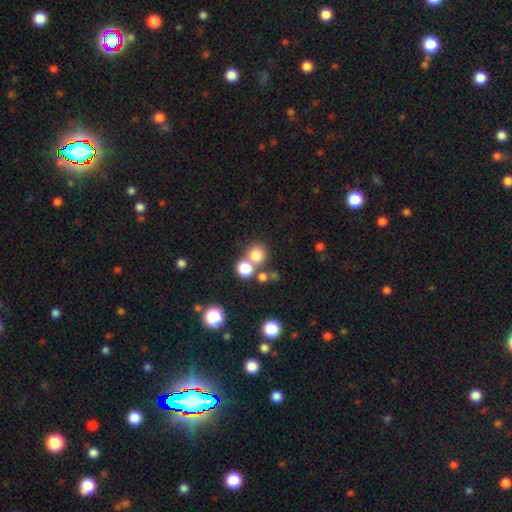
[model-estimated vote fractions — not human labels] Smooth or featured?
  - smooth: 76% *
  - star or artifact: 16%
  - featured or disk: 9%
How rounded?
  - round: 89% *
  - in between: 10%
  - cigar-shaped: 1%
Merging?
  - none: 58% *
  - merger: 31%
  - minor disturbance: 7%
  - major disturbance: 4%